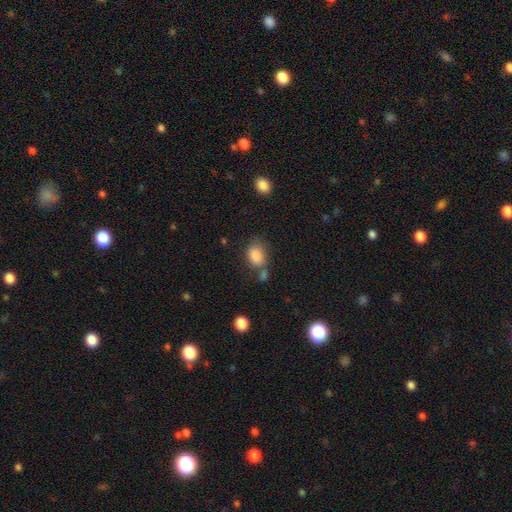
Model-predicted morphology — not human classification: Overall: smooth (85%). How rounded: in between (67%; round 32%). Merging: none (56%; minor disturbance 19%).